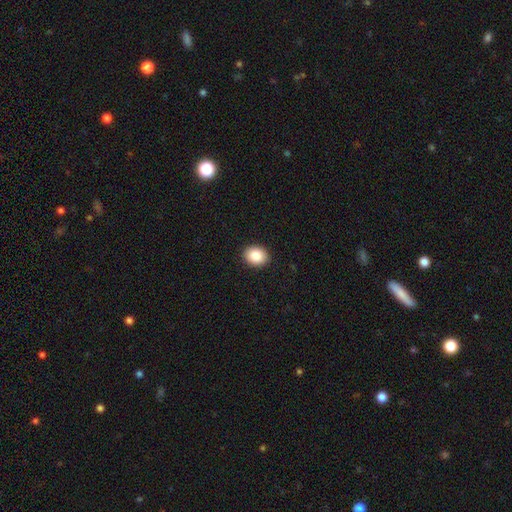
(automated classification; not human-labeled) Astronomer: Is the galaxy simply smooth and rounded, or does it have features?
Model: smooth — 87%.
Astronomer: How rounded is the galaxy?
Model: round — 54% (runner-up: in between, 46%).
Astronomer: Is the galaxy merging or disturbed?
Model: none — 92%.